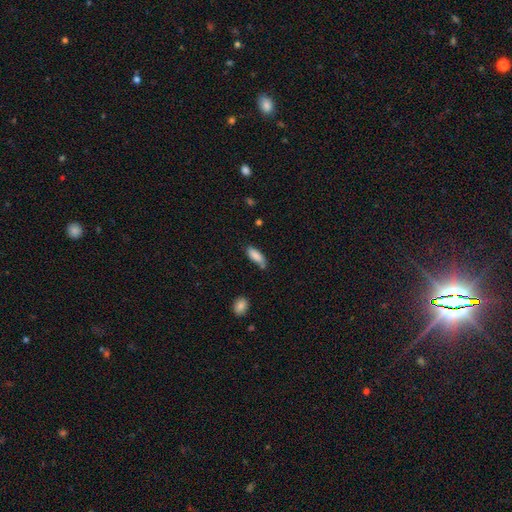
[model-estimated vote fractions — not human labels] Q: Smooth or featured?
A: smooth (86%); runner-up: featured or disk (8%)
Q: How rounded?
A: in between (71%); runner-up: cigar-shaped (27%)
Q: Merging?
A: none (61%); runner-up: minor disturbance (28%)